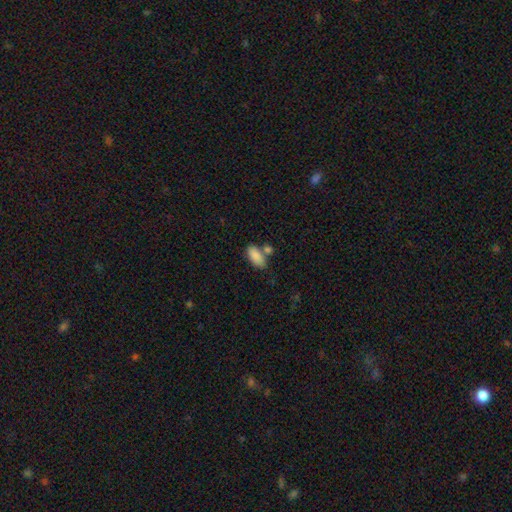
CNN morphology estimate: type=smooth (87%); roundness=in between (90%); merging=none (59%).